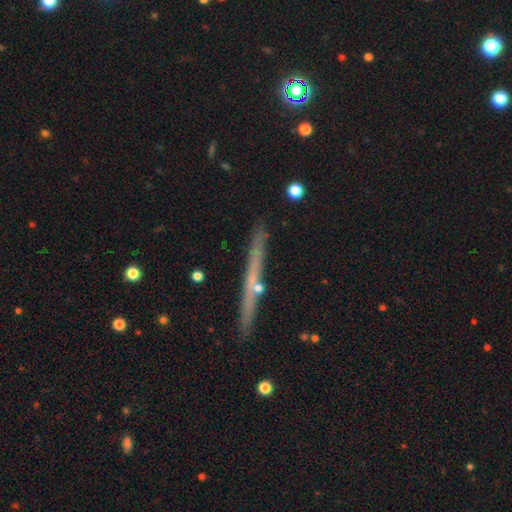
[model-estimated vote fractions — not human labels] Smooth or featured? Predicted: featured or disk (p=0.54). Edge-on disk? Predicted: yes (p=0.95). Edge-on bulge? Predicted: none (p=0.68). Merging? Predicted: none (p=0.86).